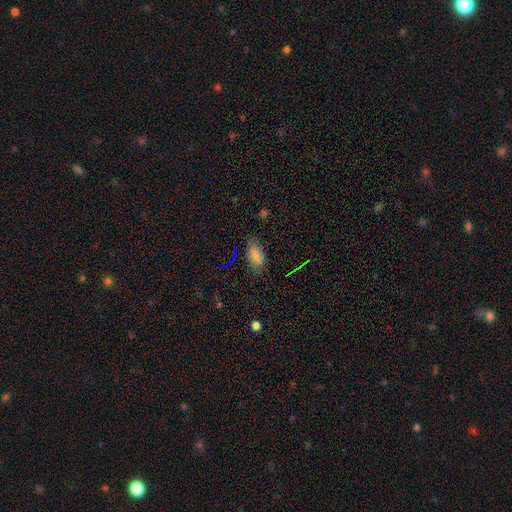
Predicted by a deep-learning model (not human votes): The model was most divided on "smooth or featured": smooth: 75%, star or artifact: 16%, featured or disk: 8%. More confident: how rounded — in between (92%); merging — none (77%).